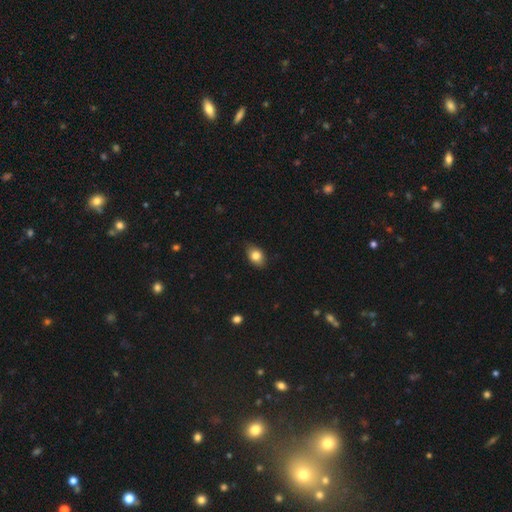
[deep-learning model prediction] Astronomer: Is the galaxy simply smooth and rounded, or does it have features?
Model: smooth — 82%.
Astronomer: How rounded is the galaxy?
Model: in between — 79%.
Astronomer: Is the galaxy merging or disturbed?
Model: none — 82%.